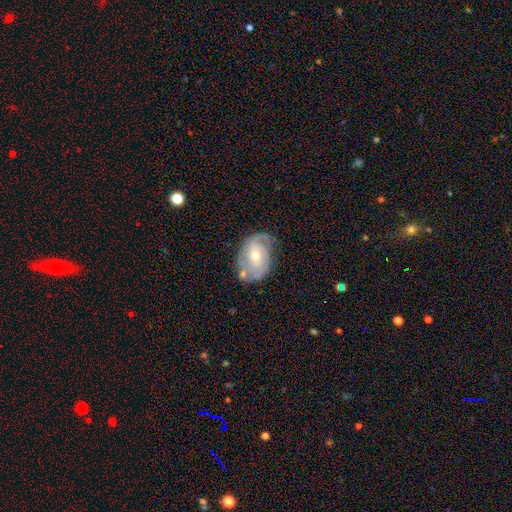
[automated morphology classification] Smooth or featured? Predicted: featured or disk (p=0.71). Edge-on disk? Predicted: no (p=0.96). Bar? Predicted: no (p=0.63). Spiral arms? Predicted: yes (p=0.83). Spiral winding? Predicted: tight (p=0.43). Spiral arm count? Predicted: 2 (p=0.55). Bulge size? Predicted: moderate (p=0.56). Merging? Predicted: none (p=0.59).